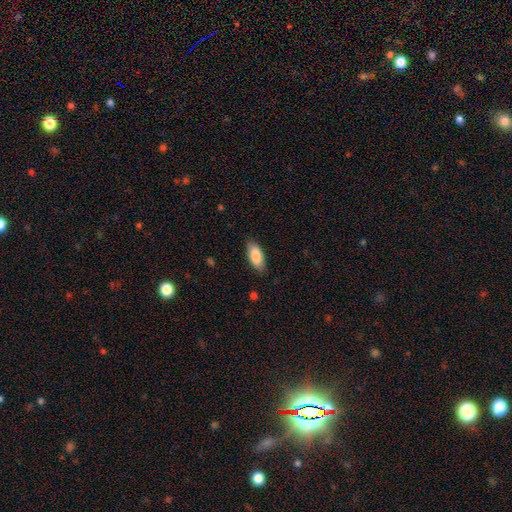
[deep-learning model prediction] Smooth or featured? smooth (89%)
How rounded? in between (86%)
Merging? none (83%)